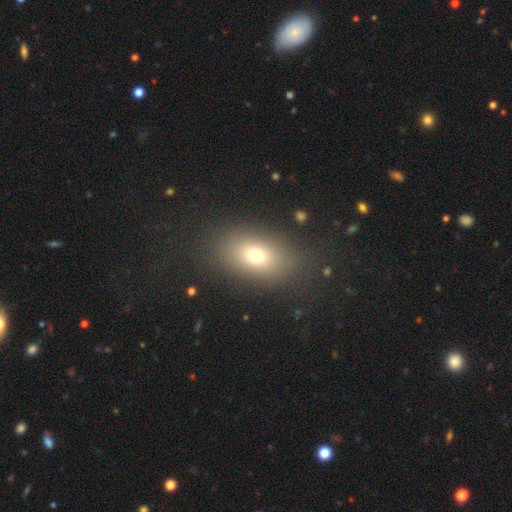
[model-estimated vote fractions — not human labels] Smooth or featured? smooth (70%)
How rounded? in between (78%)
Merging? none (82%)